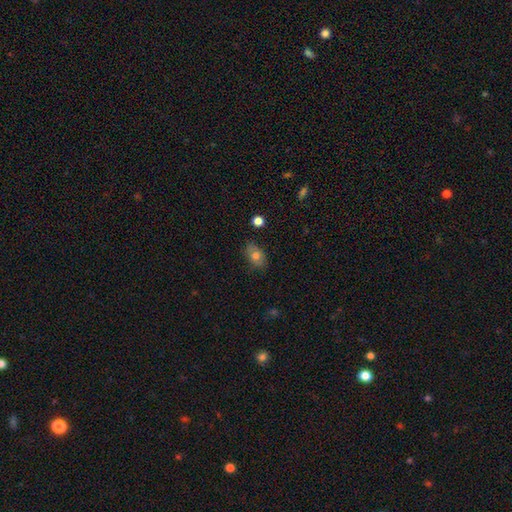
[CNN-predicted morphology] Smooth or featured?
  - smooth: 74% *
  - featured or disk: 16%
  - star or artifact: 10%
How rounded?
  - in between: 80% *
  - round: 18%
  - cigar-shaped: 2%
Merging?
  - none: 78% *
  - minor disturbance: 17%
  - major disturbance: 3%
  - merger: 2%